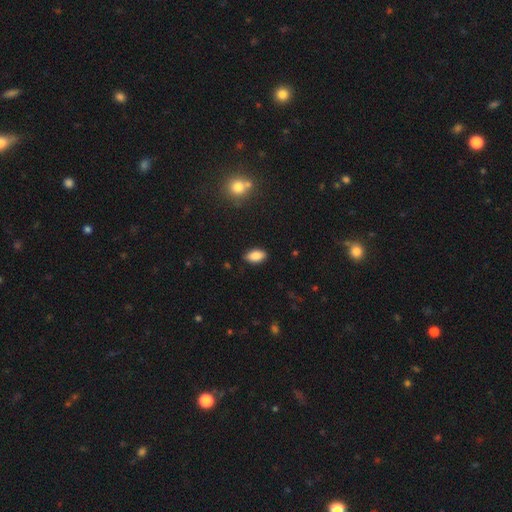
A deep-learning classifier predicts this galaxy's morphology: Overall: smooth (83%). How rounded: in between (91%). Merging: none (86%).